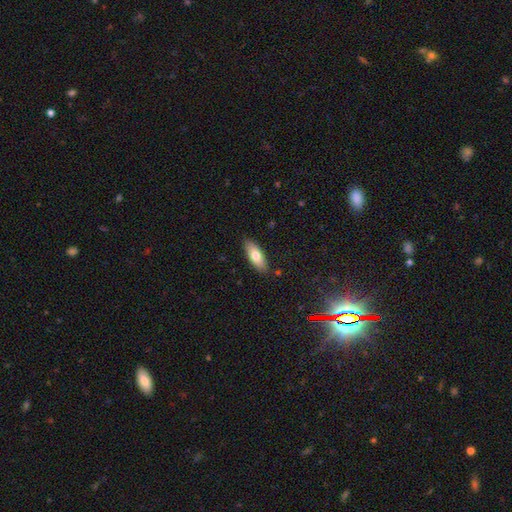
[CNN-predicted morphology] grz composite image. It shows a smooth galaxy with no disk features (73%) that is in between round and cigar-shaped (73%). Merging: none (87%).